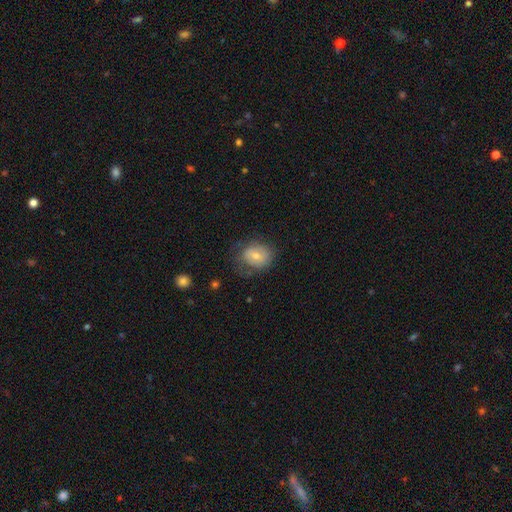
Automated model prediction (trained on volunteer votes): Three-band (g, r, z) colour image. It shows a smooth galaxy with no disk features (66%) that is round (51%). Merging: none (56%).